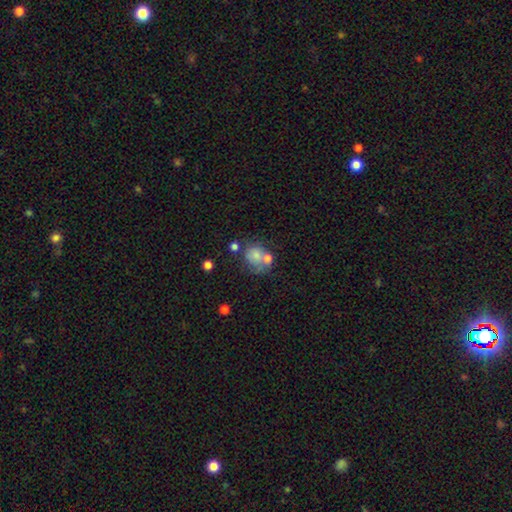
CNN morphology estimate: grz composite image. It shows a smooth galaxy with no disk features (66%) that is round (66%). Merging: none (38%).